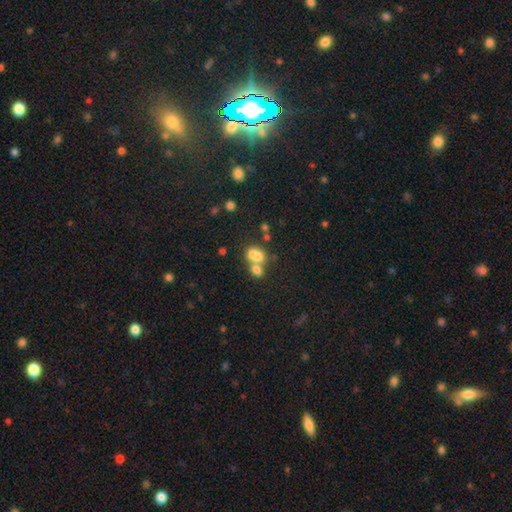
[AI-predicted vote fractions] This is likely a smooth galaxy (70%). How rounded: possibly in between (57%). Merging: likely merger (63%).